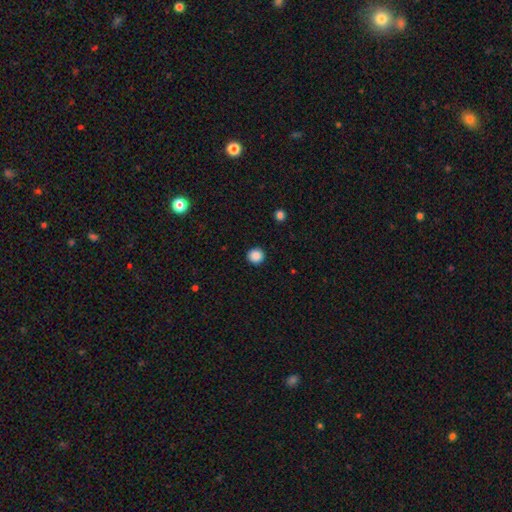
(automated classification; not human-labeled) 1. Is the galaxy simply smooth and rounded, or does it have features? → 88% smooth, 10% star or artifact, 2% featured or disk.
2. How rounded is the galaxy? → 93% round, 6% in between, 1% cigar-shaped.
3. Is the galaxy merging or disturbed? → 92% none, 5% minor disturbance, 2% major disturbance, 1% merger.